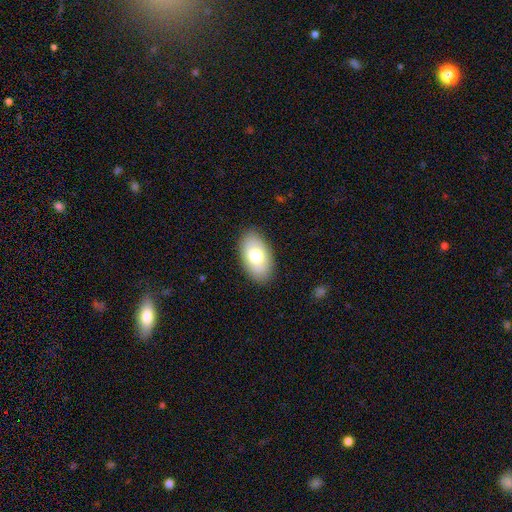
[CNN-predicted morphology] smooth_or_featured: smooth (p=0.73) [alt: featured or disk p=0.21]
how_rounded: in between (p=0.94) [alt: round p=0.05]
merging: none (p=0.87) [alt: minor disturbance p=0.09]